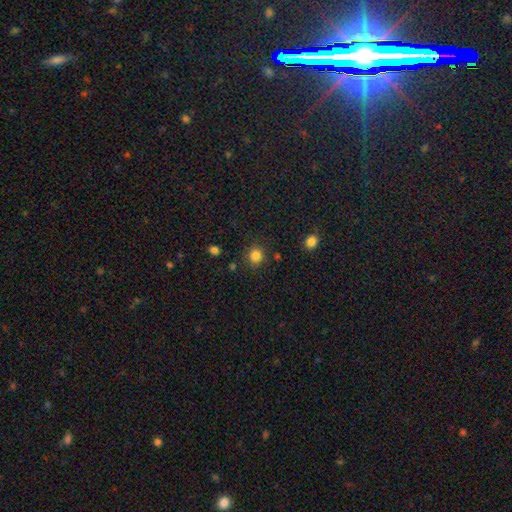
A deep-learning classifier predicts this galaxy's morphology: smooth 84%, star or artifact 11%, featured or disk 4%. Down the decision tree: how rounded — round (88%); merging — none (85%).